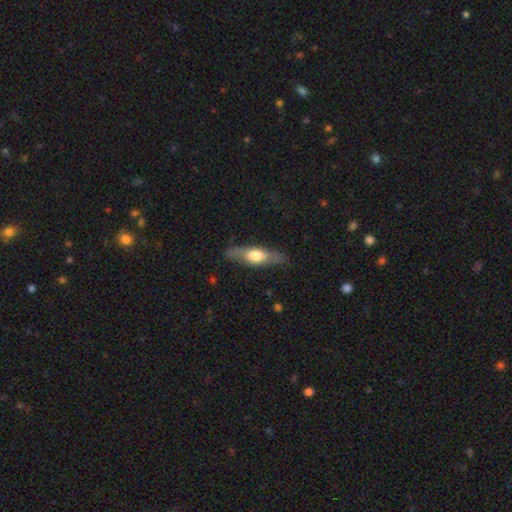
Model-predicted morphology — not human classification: smooth_or_featured: smooth (p=0.50) [alt: featured or disk p=0.45]
merging: none (p=0.83) [alt: minor disturbance p=0.13]